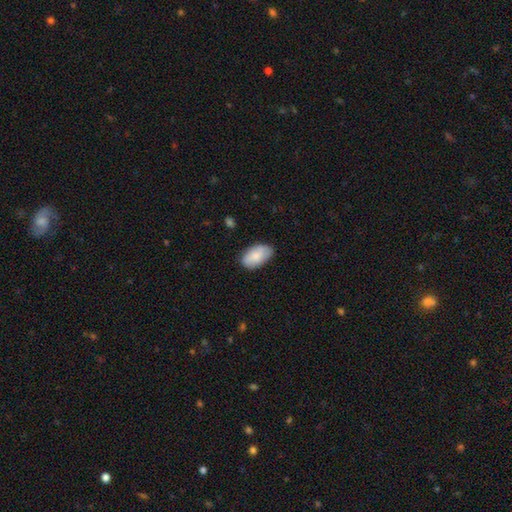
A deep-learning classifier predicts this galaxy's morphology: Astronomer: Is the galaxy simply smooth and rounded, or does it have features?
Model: smooth — 82%.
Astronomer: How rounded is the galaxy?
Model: in between — 94%.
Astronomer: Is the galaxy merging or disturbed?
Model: none — 77%.